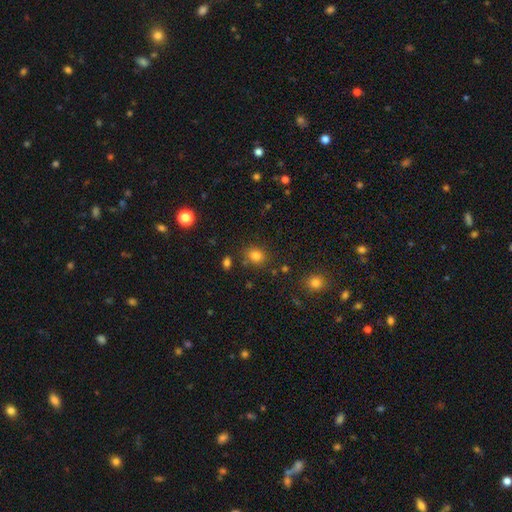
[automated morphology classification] This appears to be a smooth galaxy with no disk features (80%) that is round (60%). Merging: none (78%).